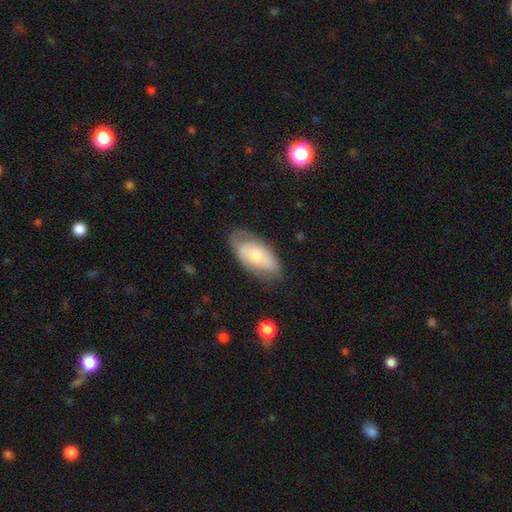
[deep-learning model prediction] The model was most divided on "smooth or featured": smooth: 49%, featured or disk: 45%, star or artifact: 6%. More confident: merging — none (68%).